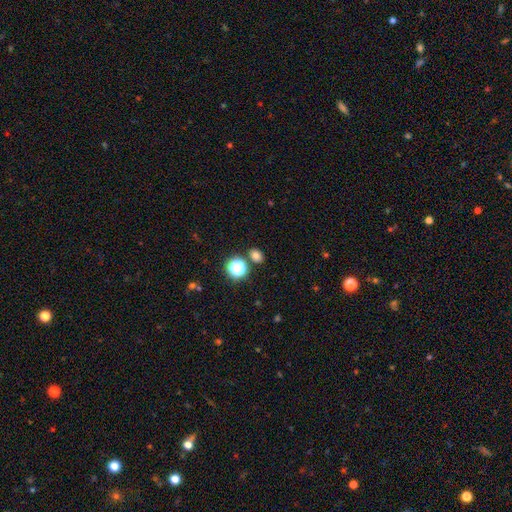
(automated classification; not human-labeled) Morphology: type=smooth (75%); roundness=in between (53%); merging=none (81%).